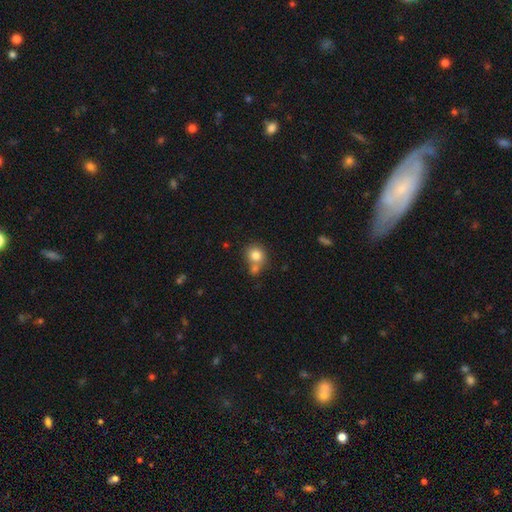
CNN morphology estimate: Overall: smooth (81%). How rounded: round (83%). Merging: none (51%; merger 35%).